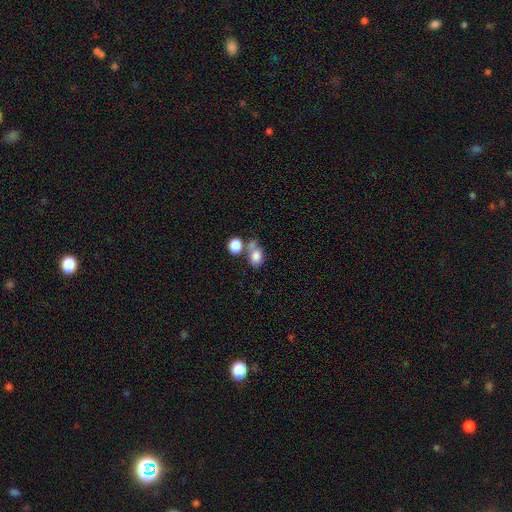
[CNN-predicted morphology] This is likely a smooth galaxy (80%). How rounded: likely in between (69%). Merging: possibly merger (45%).